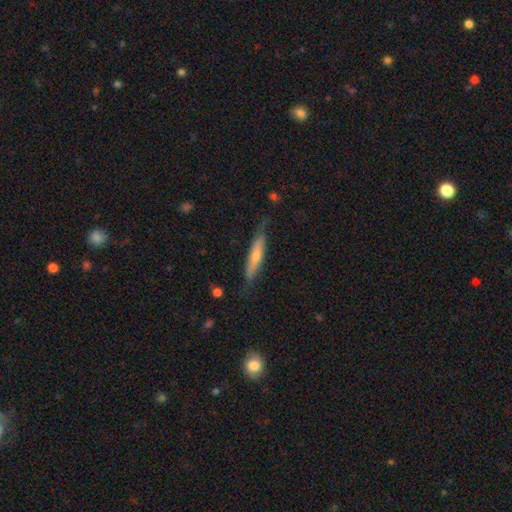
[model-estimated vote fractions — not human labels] Smooth or featured: smooth — 50% (featured or disk — 44%)
How rounded: cigar-shaped — 89% (in between — 9%)
Merging: none — 79% (minor disturbance — 17%)